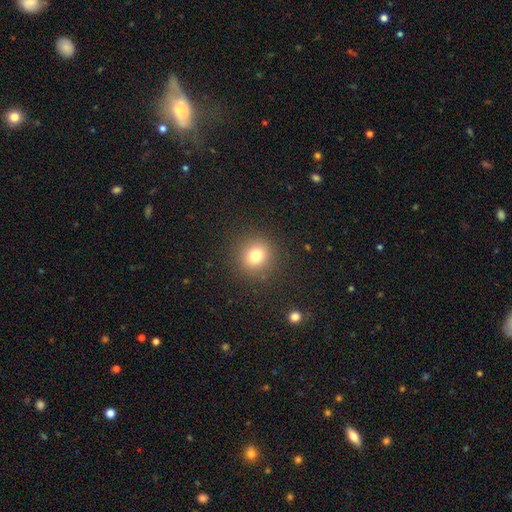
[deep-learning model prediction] This appears to be a smooth galaxy with no disk features (78%) that is round (89%). Merging: none (89%).